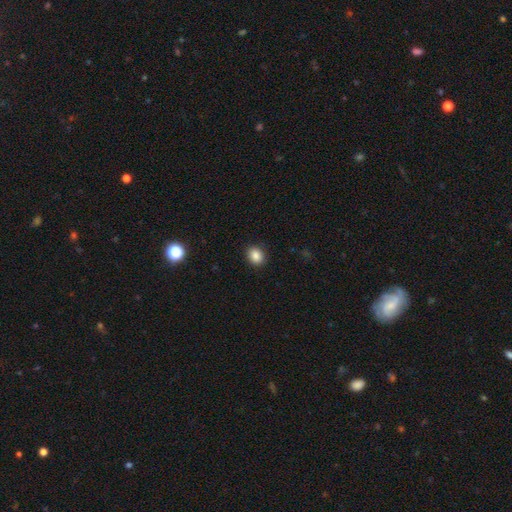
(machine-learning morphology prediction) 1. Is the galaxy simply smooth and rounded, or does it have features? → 87% smooth, 10% star or artifact, 4% featured or disk.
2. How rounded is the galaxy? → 57% round, 43% in between, 1% cigar-shaped.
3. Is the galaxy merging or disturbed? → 90% none, 7% minor disturbance, 2% major disturbance, 1% merger.